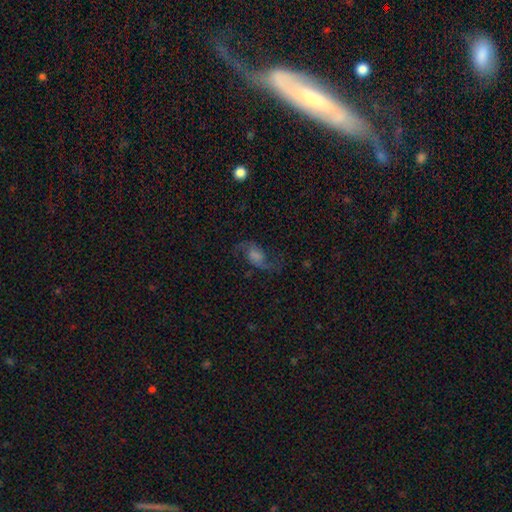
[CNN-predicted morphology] This appears to be a featured or disk galaxy (70%) with no bar (54%), 2 (91%) loose (71%) spiral arms (93%) and no central bulge (29%). Merging: none (70%).